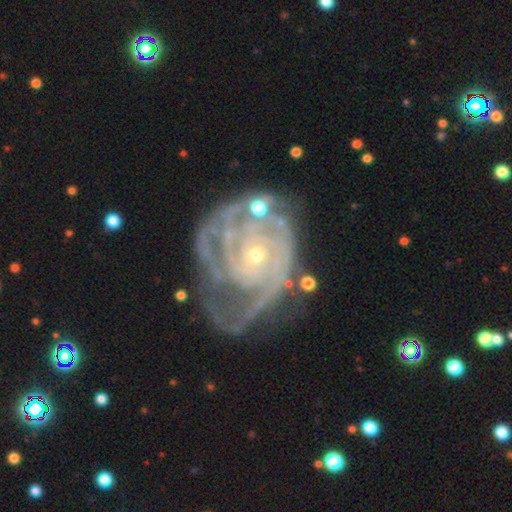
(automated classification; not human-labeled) Smooth or featured?
  - featured or disk: 91% *
  - star or artifact: 5%
  - smooth: 4%
Edge-on disk?
  - no: 98% *
  - yes: 2%
Bar?
  - no: 73% *
  - weak: 20%
  - strong: 7%
Spiral arms?
  - yes: 97% *
  - no: 3%
Spiral winding?
  - tight: 72% *
  - medium: 23%
  - loose: 5%
Spiral arm count?
  - 3: 25% *
  - can't tell: 22%
  - 4: 18%
  - 2: 18%
  - more than 4: 9%
  - 1: 7%
Bulge size?
  - small: 76% *
  - moderate: 20%
  - none: 1%
  - large: 1%
  - dominant: 1%
Merging?
  - none: 45% *
  - minor disturbance: 25%
  - major disturbance: 23%
  - merger: 6%